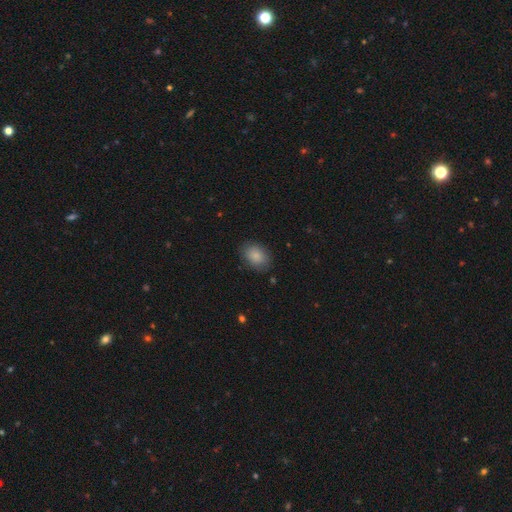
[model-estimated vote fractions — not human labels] Morphology: type=smooth (87%); roundness=in between (78%); merging=none (82%).